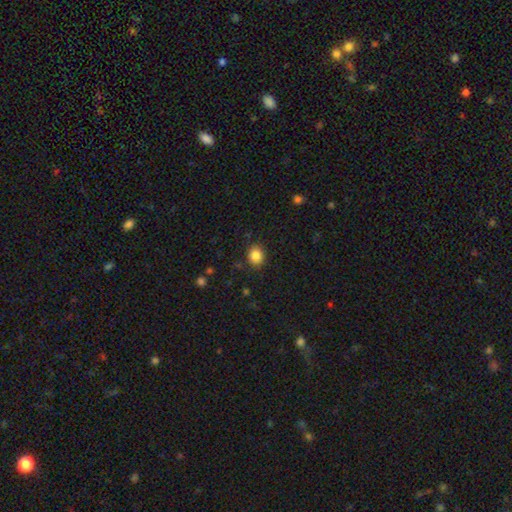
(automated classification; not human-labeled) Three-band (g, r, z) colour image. It shows a smooth galaxy with no disk features (85%) that is round (63%). Merging: none (86%).